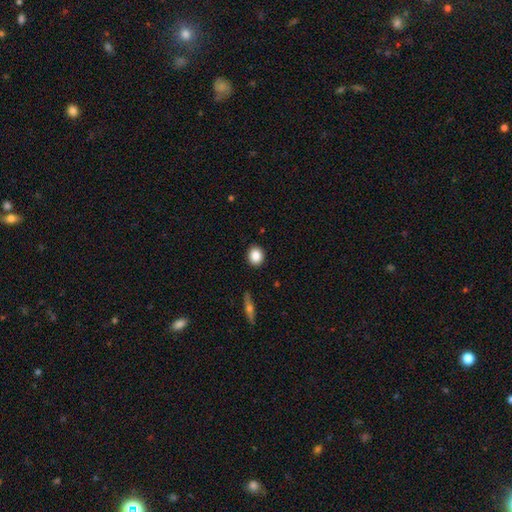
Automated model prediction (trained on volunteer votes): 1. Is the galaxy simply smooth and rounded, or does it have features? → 87% smooth, 8% star or artifact, 5% featured or disk.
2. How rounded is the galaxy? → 73% round, 25% in between, 2% cigar-shaped.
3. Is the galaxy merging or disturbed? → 90% none, 7% minor disturbance, 2% major disturbance, 1% merger.